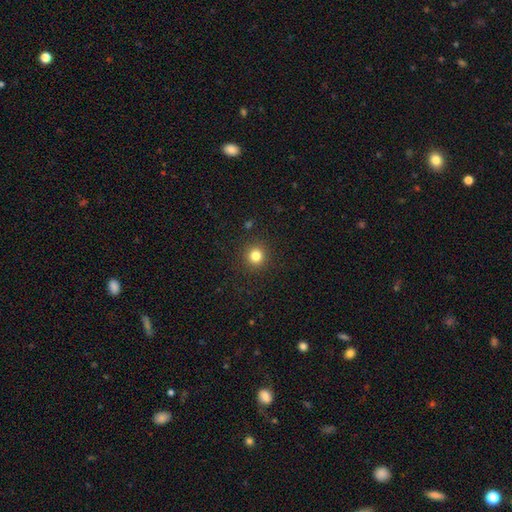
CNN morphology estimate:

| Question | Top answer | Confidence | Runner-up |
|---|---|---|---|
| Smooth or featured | smooth | 82% | star or artifact (13%) |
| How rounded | round | 94% | in between (5%) |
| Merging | none | 92% | minor disturbance (5%) |